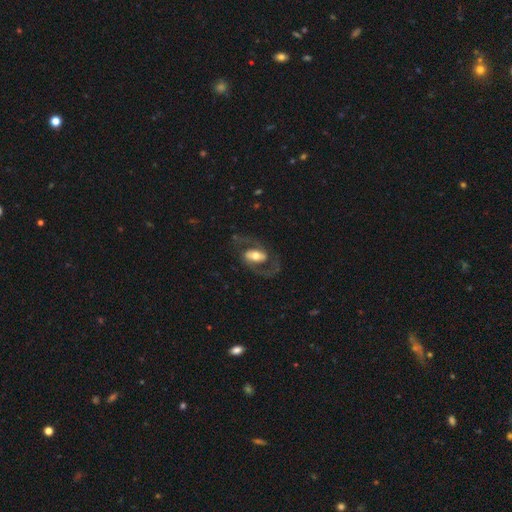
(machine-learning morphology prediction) Smooth or featured? featured or disk (75%)
Edge-on disk? no (95%)
Bar? weak (34%)
Spiral arms? yes (83%)
Spiral winding? medium (51%)
Spiral arm count? 2 (90%)
Bulge size? moderate (62%)
Merging? none (67%)